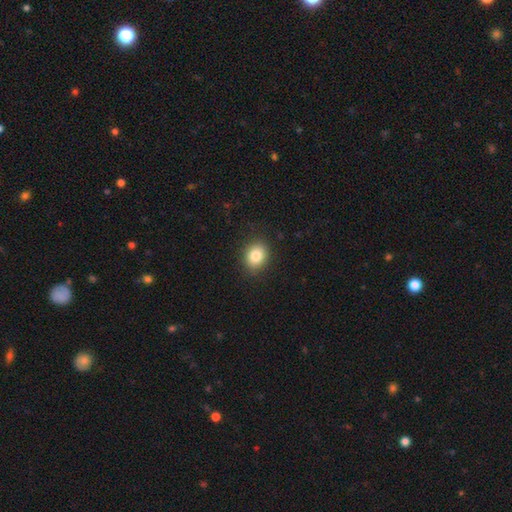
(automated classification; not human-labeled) The model was most divided on "how rounded": round: 58%, in between: 41%, cigar-shaped: 1%. More confident: merging — none (88%); smooth or featured — smooth (83%).